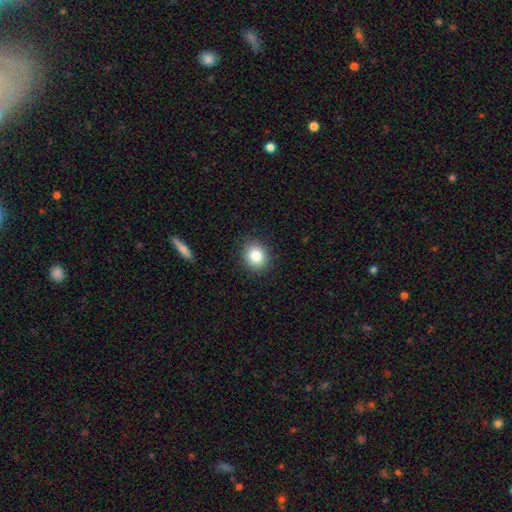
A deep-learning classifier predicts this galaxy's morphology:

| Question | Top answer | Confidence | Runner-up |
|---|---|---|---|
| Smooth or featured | smooth | 85% | star or artifact (9%) |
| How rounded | round | 69% | in between (30%) |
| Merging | none | 89% | minor disturbance (8%) |